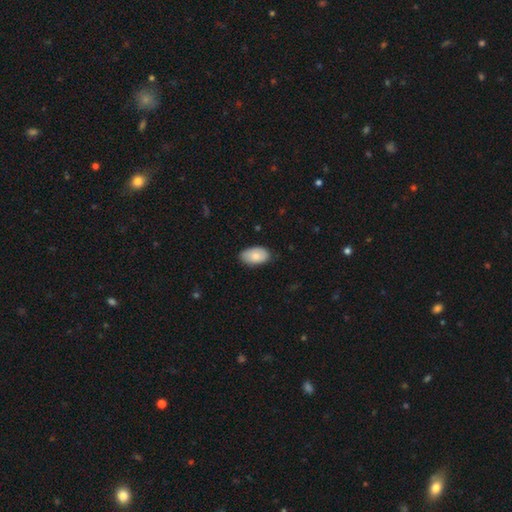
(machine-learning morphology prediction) smooth-or-featured: smooth: 82% | featured or disk: 12% | star or artifact: 6%
  how-rounded: in between: 94% | round: 5% | cigar-shaped: 1%
  merging: none: 79% | minor disturbance: 17% | major disturbance: 2% | merger: 1%